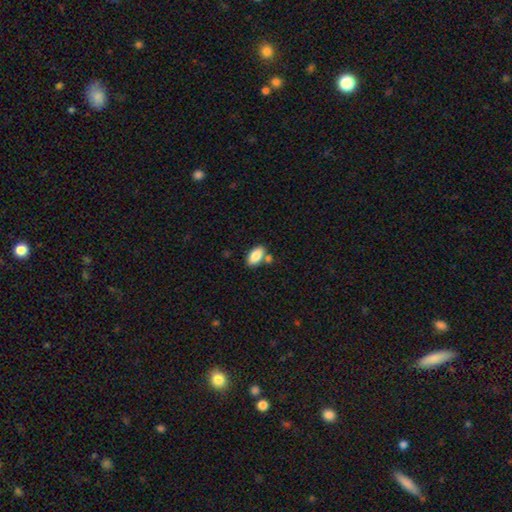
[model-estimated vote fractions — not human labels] This appears to be a smooth galaxy with no disk features (86%) that is in between round and cigar-shaped (92%). Merging: none (68%).